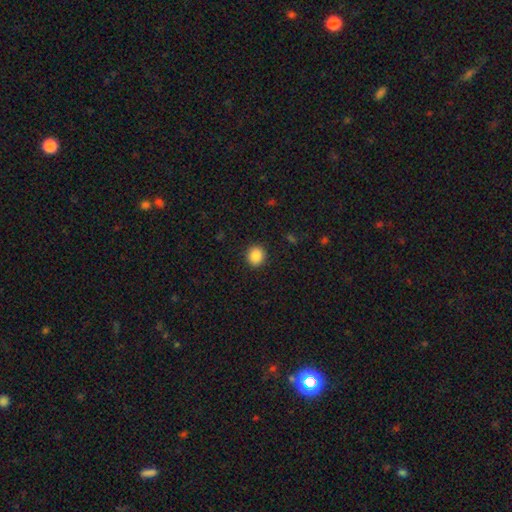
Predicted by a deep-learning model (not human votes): This is clearly a smooth galaxy (87%). How rounded: clearly round (86%). Merging: clearly none (91%).